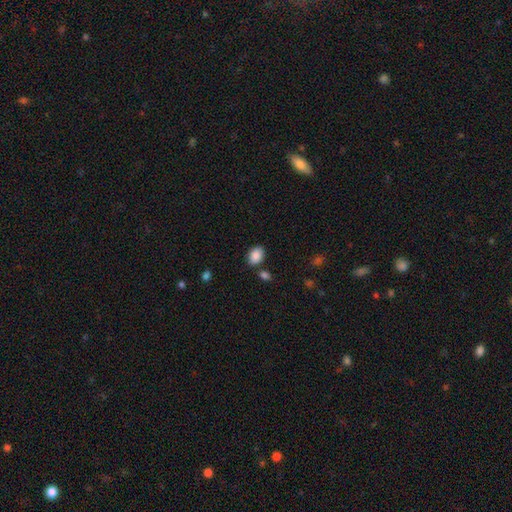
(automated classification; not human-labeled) smooth-or-featured: smooth: 89% | star or artifact: 7% | featured or disk: 4%
  how-rounded: in between: 84% | round: 15% | cigar-shaped: 1%
  merging: none: 77% | minor disturbance: 12% | merger: 8% | major disturbance: 3%